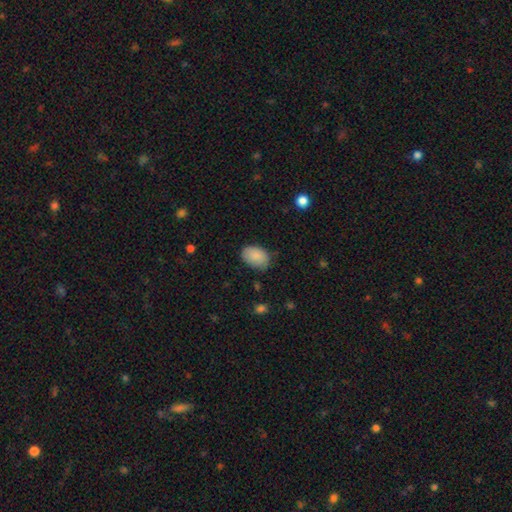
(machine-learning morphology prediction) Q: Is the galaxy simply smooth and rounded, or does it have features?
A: smooth — 88%.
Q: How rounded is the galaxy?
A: in between — 85%.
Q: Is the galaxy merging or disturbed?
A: none — 77%.